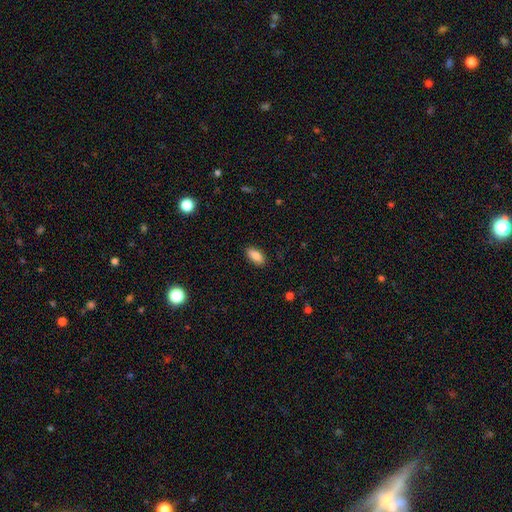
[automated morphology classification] smooth-or-featured: smooth: 85% | featured or disk: 8% | star or artifact: 7%
  how-rounded: in between: 90% | cigar-shaped: 7% | round: 3%
  merging: none: 88% | minor disturbance: 9% | major disturbance: 2% | merger: 1%